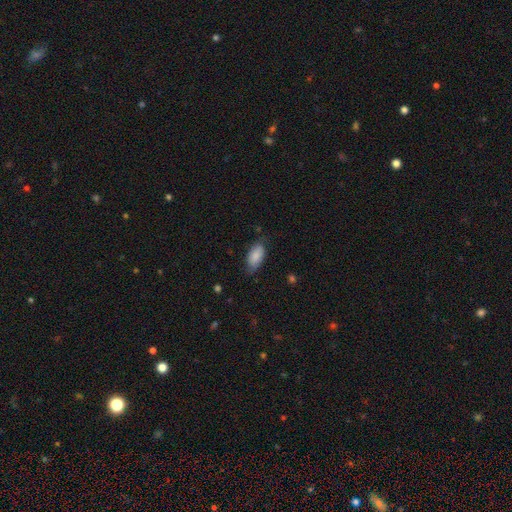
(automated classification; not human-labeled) Smooth or featured: smooth — 84% (featured or disk — 10%)
How rounded: in between — 92% (cigar-shaped — 5%)
Merging: none — 67% (minor disturbance — 26%)